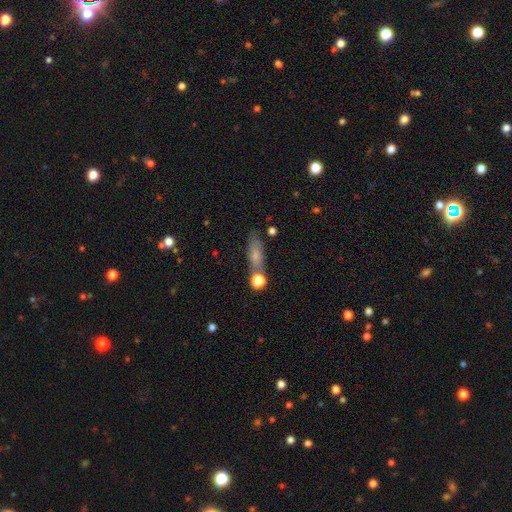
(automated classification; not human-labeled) Smooth or featured: smooth — 69% (featured or disk — 20%)
How rounded: cigar-shaped — 49% (in between — 45%)
Merging: none — 64% (minor disturbance — 17%)